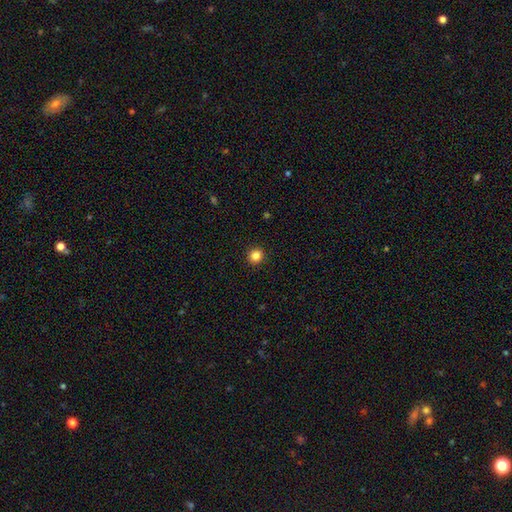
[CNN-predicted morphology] A smooth galaxy with no disk features (85%) that is round (92%). Merging: none (93%).